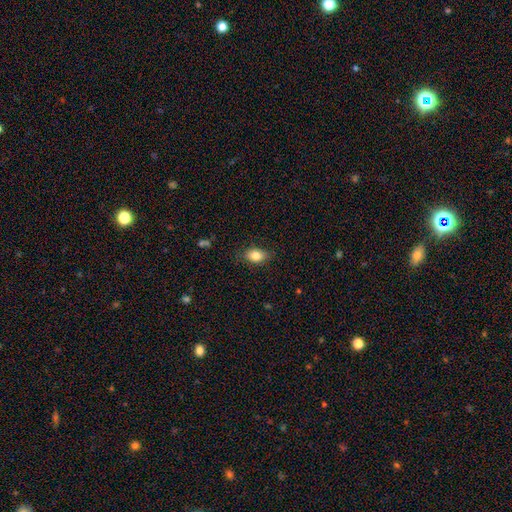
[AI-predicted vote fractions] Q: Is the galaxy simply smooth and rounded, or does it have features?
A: smooth — 83%.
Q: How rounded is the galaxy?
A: in between — 80%.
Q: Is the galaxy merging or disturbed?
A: none — 82%.